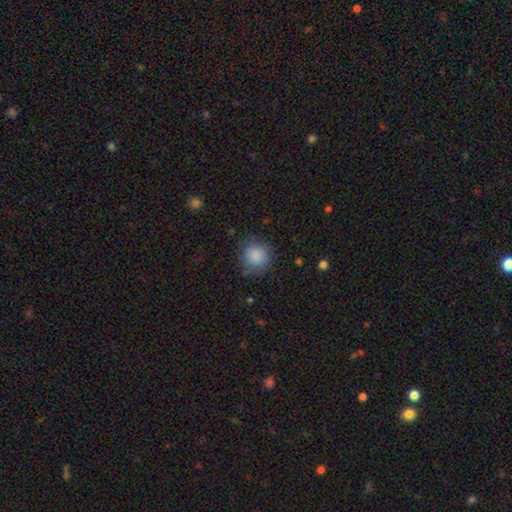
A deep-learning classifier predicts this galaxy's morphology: Smooth or featured? Predicted: smooth (p=0.86). How rounded? Predicted: round (p=0.88). Merging? Predicted: none (p=0.76).